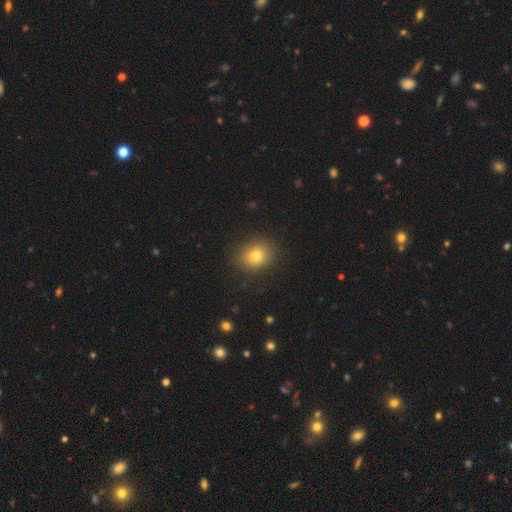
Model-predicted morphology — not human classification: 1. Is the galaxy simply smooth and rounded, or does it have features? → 77% smooth, 13% star or artifact, 10% featured or disk.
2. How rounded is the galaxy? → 64% round, 35% in between, 1% cigar-shaped.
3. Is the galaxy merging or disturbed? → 87% none, 9% minor disturbance, 3% major disturbance, 1% merger.